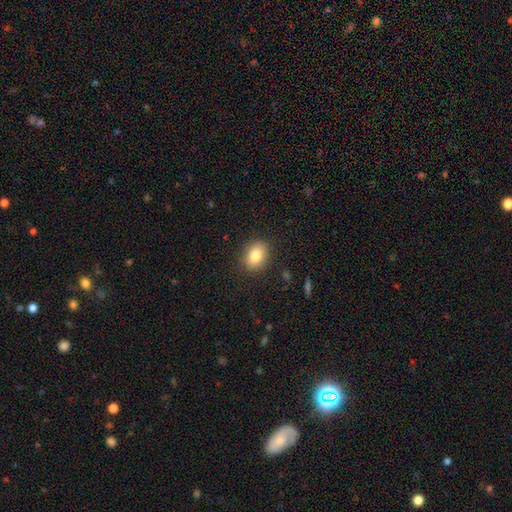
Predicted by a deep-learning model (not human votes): smooth 82%, featured or disk 9%, star or artifact 9%. Down the decision tree: how rounded — in between (67%); merging — none (87%).